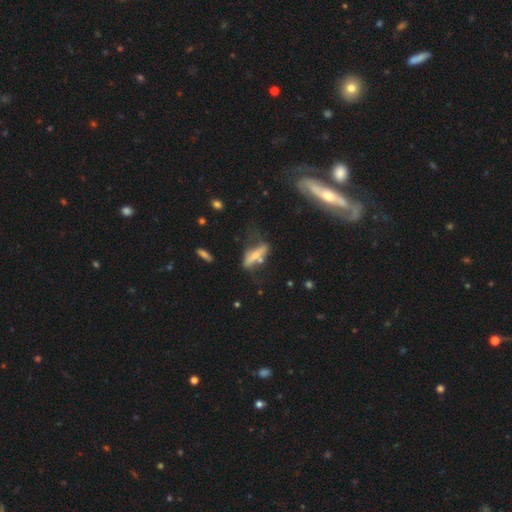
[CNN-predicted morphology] Overall: featured or disk (47%; smooth 44%). Merging: none (42%; minor disturbance 24%).